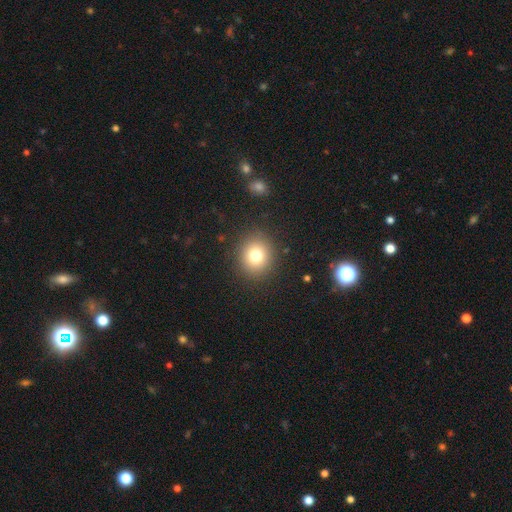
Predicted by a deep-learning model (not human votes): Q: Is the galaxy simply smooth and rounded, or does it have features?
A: smooth — 77%.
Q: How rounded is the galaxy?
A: round — 83%.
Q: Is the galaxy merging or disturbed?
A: none — 89%.